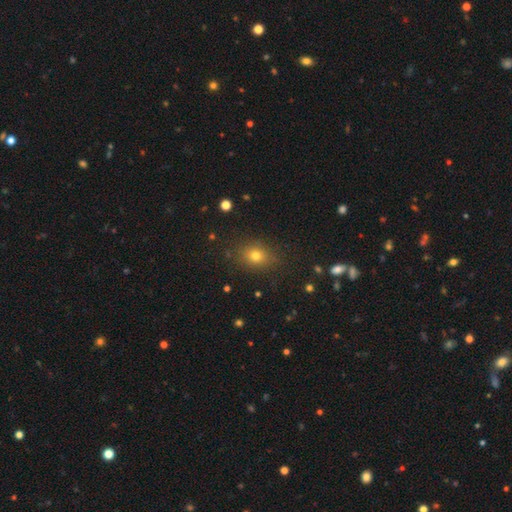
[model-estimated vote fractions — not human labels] smooth_or_featured: smooth (p=0.75) [alt: star or artifact p=0.16]
how_rounded: round (p=0.51) [alt: in between p=0.48]
merging: none (p=0.84) [alt: minor disturbance p=0.11]